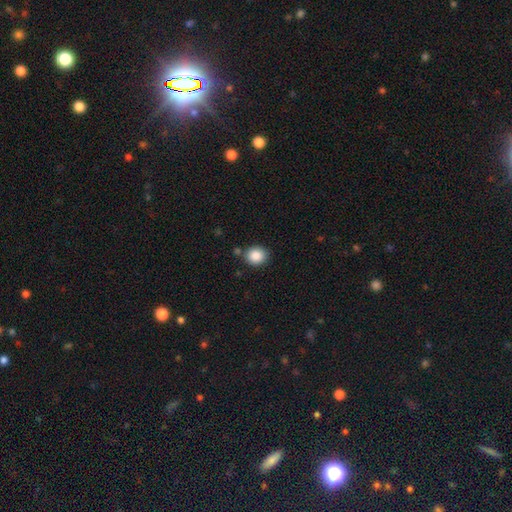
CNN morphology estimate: Overall: smooth (87%). How rounded: round (76%). Merging: none (80%).